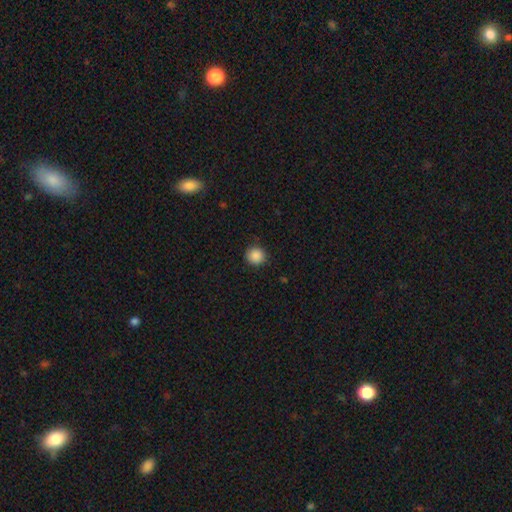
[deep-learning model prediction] A smooth galaxy with no disk features (88%) that is round (94%). Merging: none (89%).